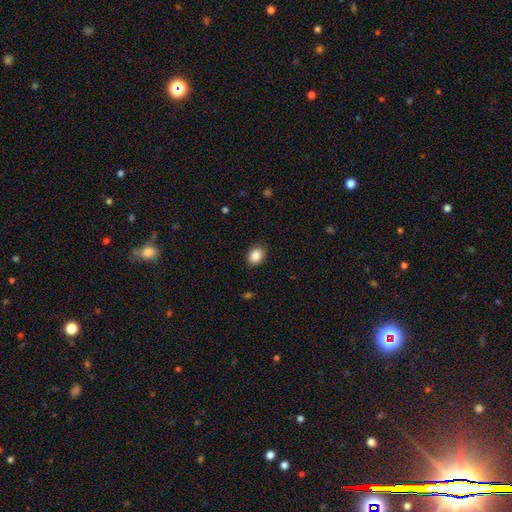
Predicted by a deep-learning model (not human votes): smooth 88%, star or artifact 8%, featured or disk 3%. Down the decision tree: how rounded — in between (54%); merging — none (87%).